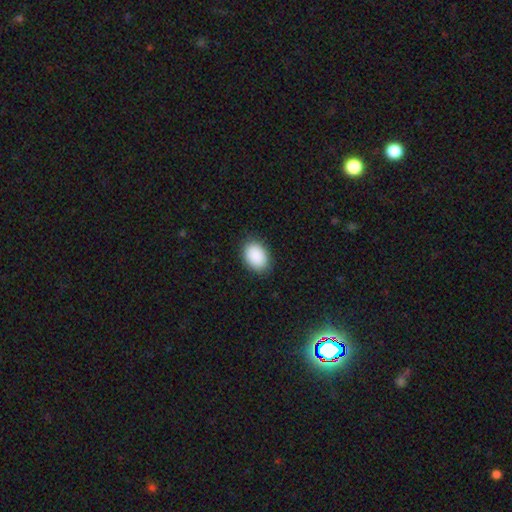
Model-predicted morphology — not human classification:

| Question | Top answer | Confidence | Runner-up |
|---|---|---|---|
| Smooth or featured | smooth | 91% | star or artifact (7%) |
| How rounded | in between | 81% | round (18%) |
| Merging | none | 88% | minor disturbance (9%) |